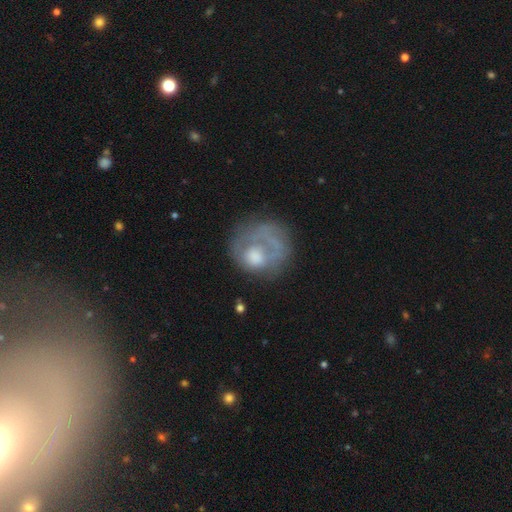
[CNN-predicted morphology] smooth_or_featured: featured or disk (p=0.50) [alt: smooth p=0.42]
merging: none (p=0.46) [alt: major disturbance p=0.30]